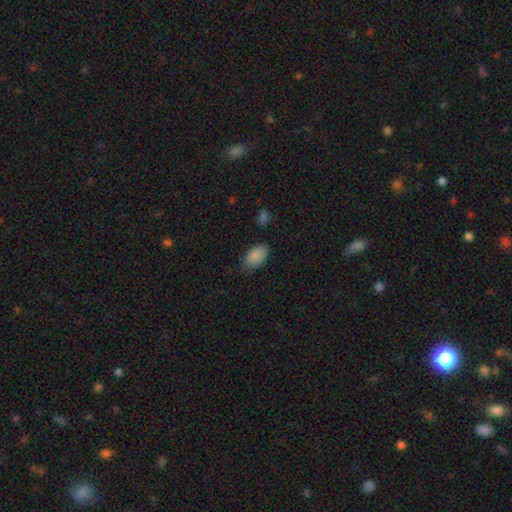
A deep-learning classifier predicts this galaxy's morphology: type=smooth (88%); roundness=in between (93%); merging=none (72%).